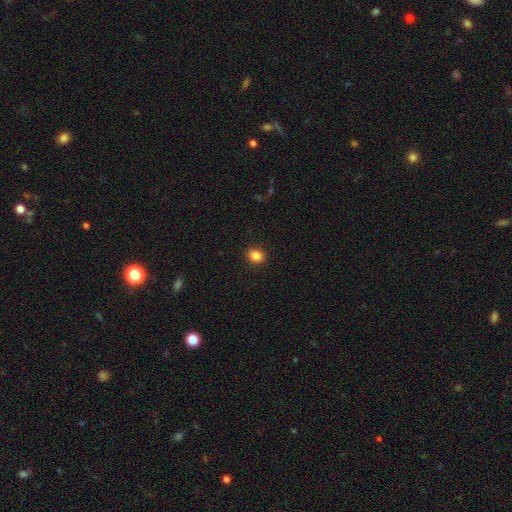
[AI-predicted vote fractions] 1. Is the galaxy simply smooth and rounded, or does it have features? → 86% smooth, 10% star or artifact, 4% featured or disk.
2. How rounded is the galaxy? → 59% round, 40% in between, 1% cigar-shaped.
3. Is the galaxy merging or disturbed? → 91% none, 6% minor disturbance, 2% major disturbance, 1% merger.